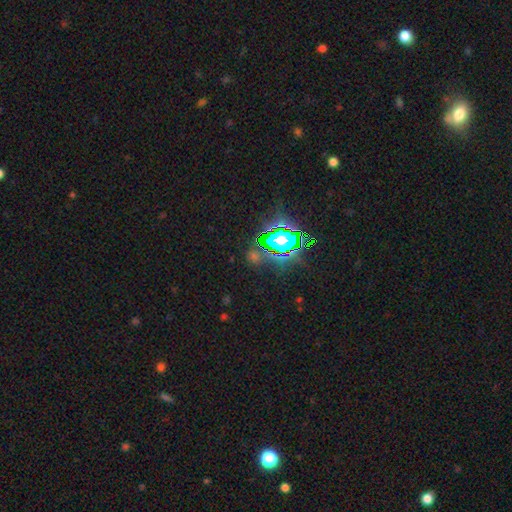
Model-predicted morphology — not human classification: Overall: star or artifact (74%).